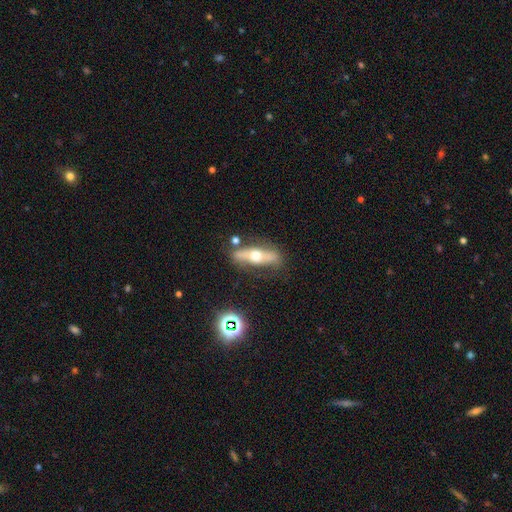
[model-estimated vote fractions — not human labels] Smooth or featured? featured or disk (62%)
Edge-on disk? yes (77%)
Merging? none (76%)